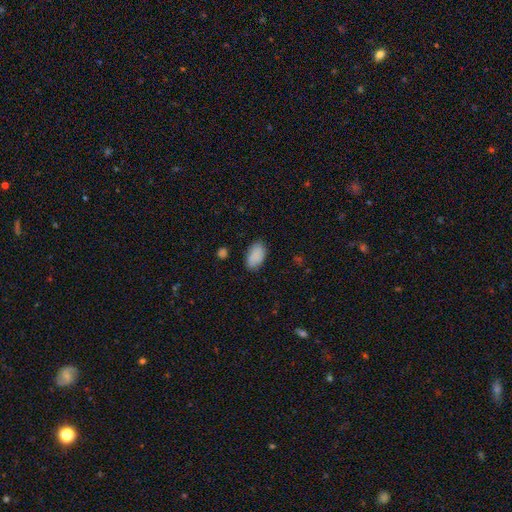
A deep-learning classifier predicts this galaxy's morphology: Smooth or featured?
  - smooth: 88% *
  - star or artifact: 7%
  - featured or disk: 4%
How rounded?
  - in between: 93% *
  - round: 5%
  - cigar-shaped: 2%
Merging?
  - none: 78% *
  - minor disturbance: 17%
  - major disturbance: 4%
  - merger: 2%